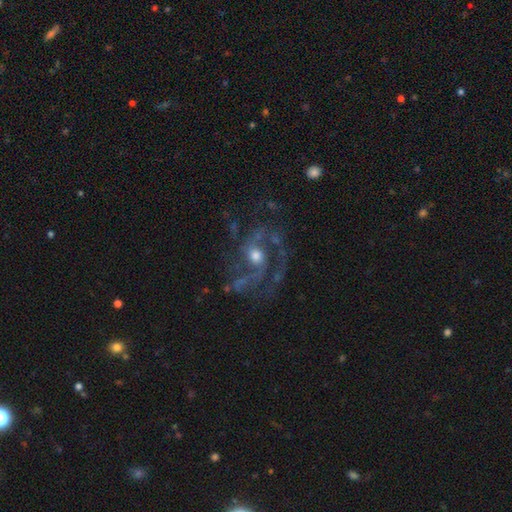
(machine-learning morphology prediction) featured or disk 84%, star or artifact 8%, smooth 8%. Down the decision tree: edge-on disk — no (98%); bar — no (65%); spiral arms — yes (92%); spiral arm count — 2 (49%); spiral winding — medium (54%); bulge size — moderate (64%); merging — none (55%).